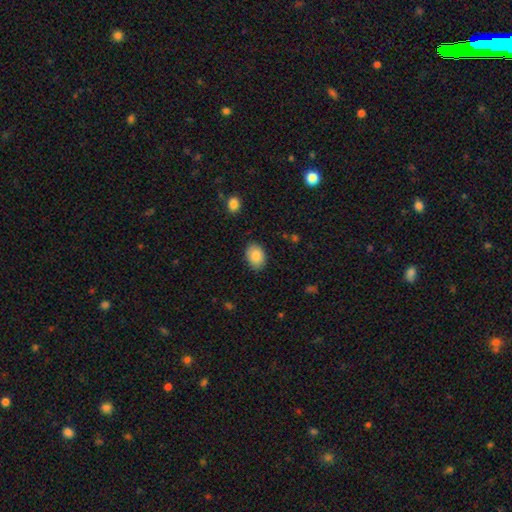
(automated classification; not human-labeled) A smooth galaxy with no disk features (87%) that is in between round and cigar-shaped (78%).

Vote fractions:
- Smooth or featured? smooth: 87% / star or artifact: 7% / featured or disk: 6%
- How rounded? in between: 78% / round: 21% / cigar-shaped: 1%
- Merging? none: 86% / minor disturbance: 11% / major disturbance: 2% / merger: 1%